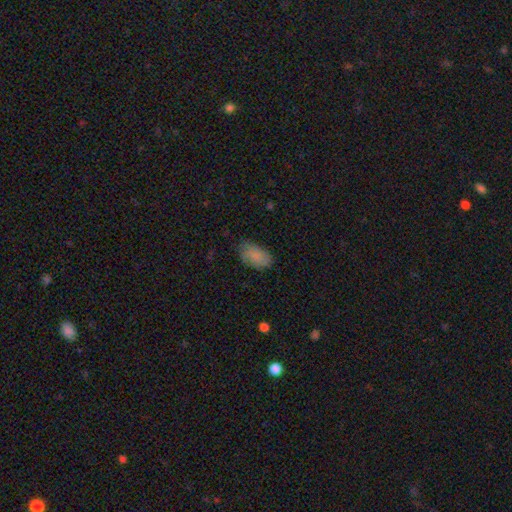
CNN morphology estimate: Smooth or featured: smooth — 82% (featured or disk — 11%)
How rounded: in between — 93% (round — 5%)
Merging: none — 72% (minor disturbance — 22%)